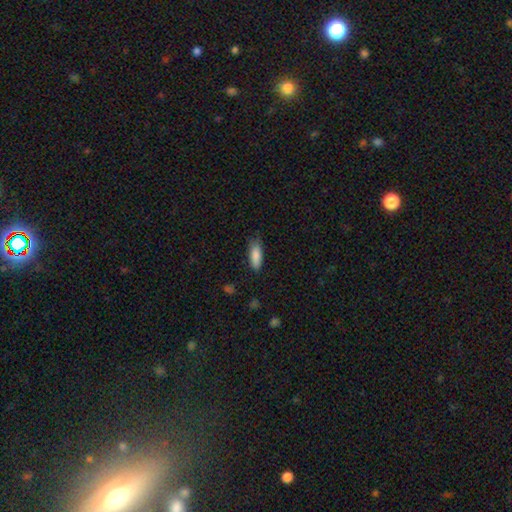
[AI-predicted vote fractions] Smooth or featured? smooth (87%)
How rounded? in between (68%)
Merging? none (74%)